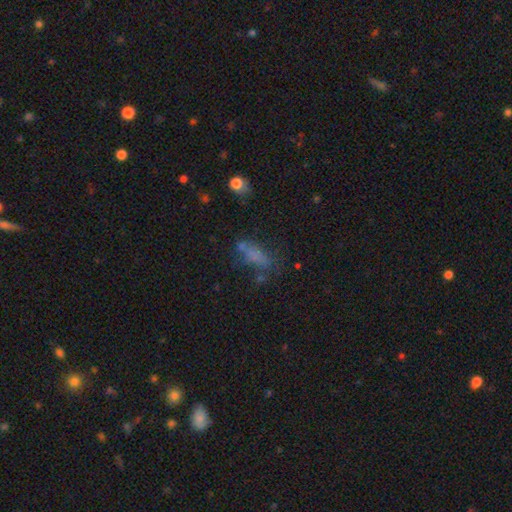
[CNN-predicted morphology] Smooth or featured?
  - smooth: 62% *
  - featured or disk: 20%
  - star or artifact: 18%
How rounded?
  - in between: 66% *
  - cigar-shaped: 28%
  - round: 6%
Merging?
  - none: 46% *
  - minor disturbance: 21%
  - major disturbance: 19%
  - merger: 14%